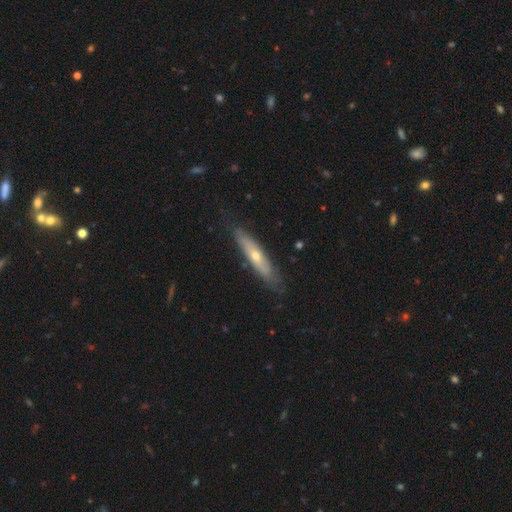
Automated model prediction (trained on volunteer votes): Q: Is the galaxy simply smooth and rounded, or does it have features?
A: featured or disk — 54%.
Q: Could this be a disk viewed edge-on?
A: yes — 64%.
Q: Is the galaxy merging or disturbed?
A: none — 78%.